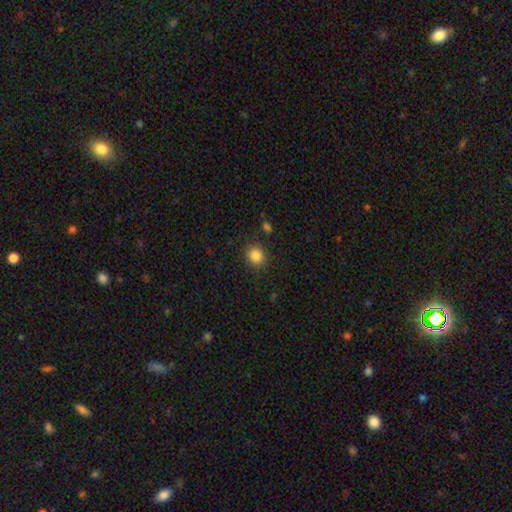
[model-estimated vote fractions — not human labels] smooth-or-featured: smooth: 86% | star or artifact: 10% | featured or disk: 4%
  how-rounded: round: 79% | in between: 20% | cigar-shaped: 1%
  merging: none: 86% | minor disturbance: 9% | major disturbance: 3% | merger: 2%